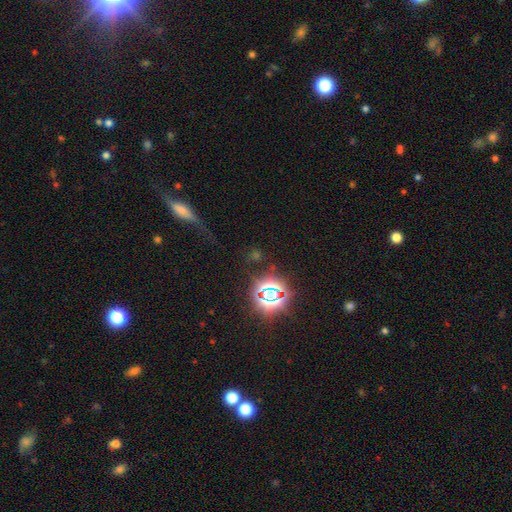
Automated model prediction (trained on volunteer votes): A star or artifact, not a galaxy (63%).

Vote fractions:
- Smooth or featured? star or artifact: 63% / smooth: 24% / featured or disk: 13%